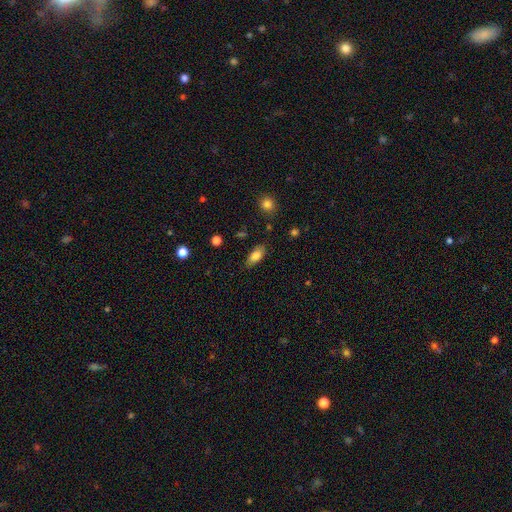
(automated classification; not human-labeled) smooth_or_featured: smooth (p=0.80) [alt: featured or disk p=0.12]
how_rounded: in between (p=0.87) [alt: cigar-shaped p=0.09]
merging: none (p=0.77) [alt: minor disturbance p=0.18]